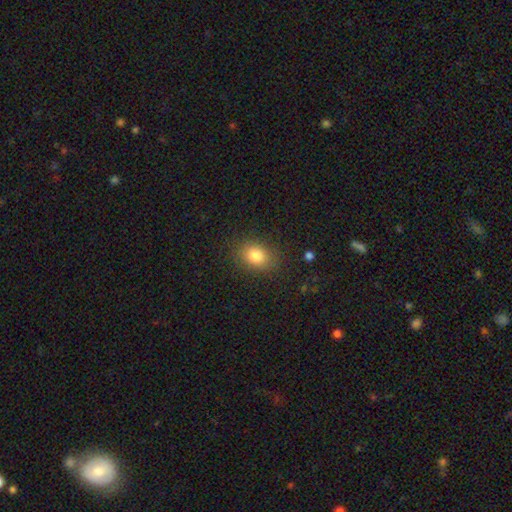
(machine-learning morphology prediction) smooth_or_featured: smooth (p=0.82) [alt: star or artifact p=0.11]
how_rounded: in between (p=0.63) [alt: round p=0.36]
merging: none (p=0.84) [alt: minor disturbance p=0.11]